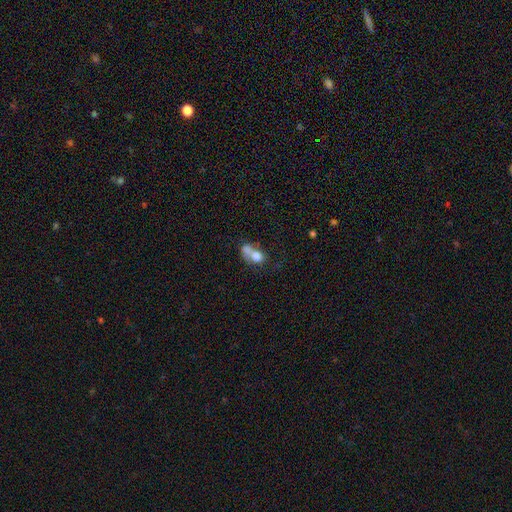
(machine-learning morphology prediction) The model was most divided on "how rounded": round: 50%, in between: 48%, cigar-shaped: 2%. More confident: smooth or featured — smooth (70%); merging — merger (67%).